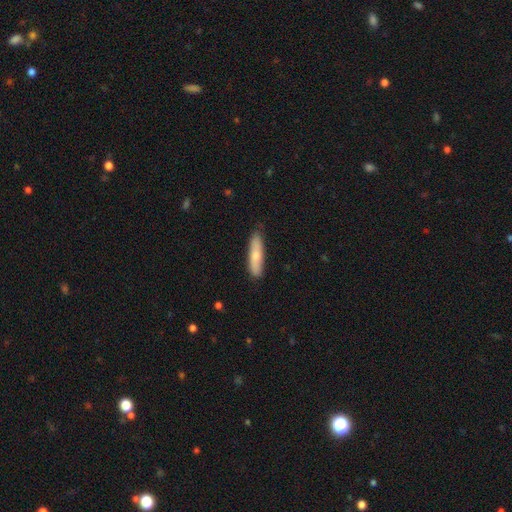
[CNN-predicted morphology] Smooth or featured? smooth (68%)
How rounded? cigar-shaped (75%)
Merging? none (83%)